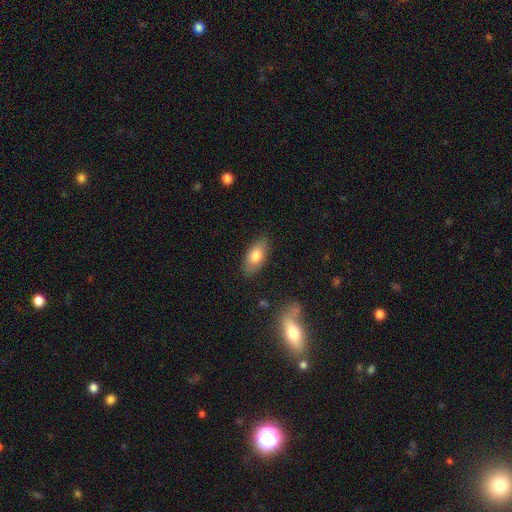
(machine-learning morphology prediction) A smooth galaxy with no disk features (76%) that is in between round and cigar-shaped (88%). Merging: none (84%).